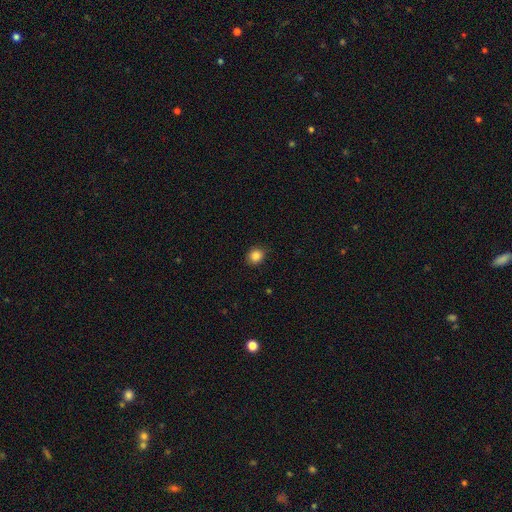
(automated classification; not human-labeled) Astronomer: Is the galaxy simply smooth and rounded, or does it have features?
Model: smooth — 86%.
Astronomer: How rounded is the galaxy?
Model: round — 76%.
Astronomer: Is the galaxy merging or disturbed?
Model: none — 87%.